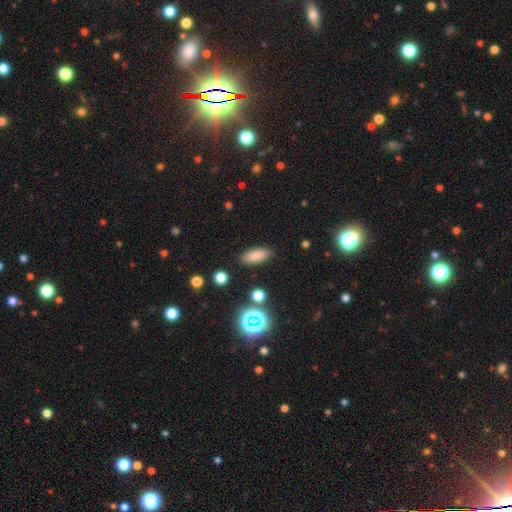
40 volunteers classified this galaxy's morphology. Volunteers were most divided on "how rounded": in between: 70%, cigar-shaped: 24%, round: 5%. More confident: smooth or featured — smooth (92%); merging — none (90%).